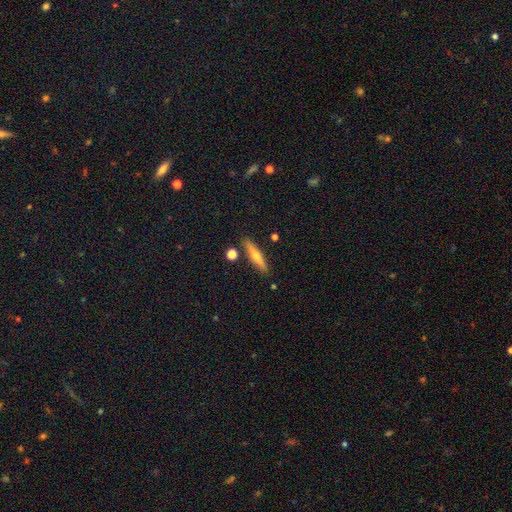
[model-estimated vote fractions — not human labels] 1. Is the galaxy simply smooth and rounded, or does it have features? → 48% featured or disk, 45% smooth, 7% star or artifact.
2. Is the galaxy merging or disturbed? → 86% none, 8% minor disturbance, 3% merger, 2% major disturbance.